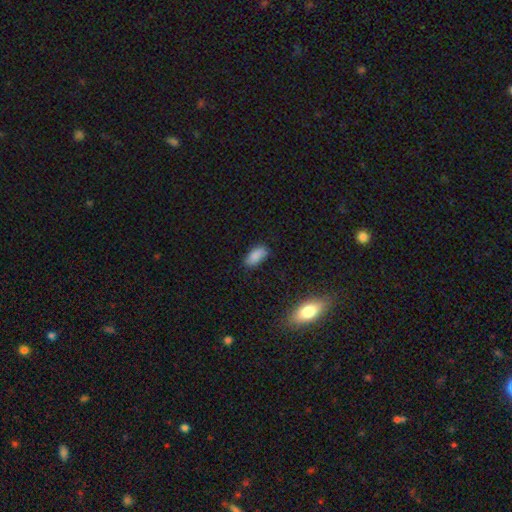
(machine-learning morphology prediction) The model was most divided on "merging": none: 82%, minor disturbance: 14%, major disturbance: 3%, merger: 1%. More confident: how rounded — in between (90%); smooth or featured — smooth (87%).